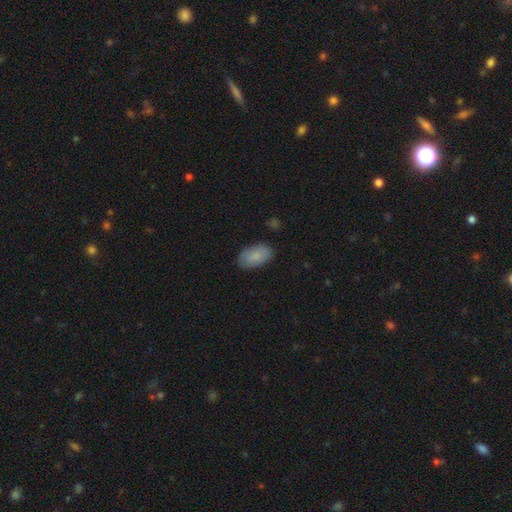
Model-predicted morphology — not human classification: The model was most divided on "merging": none: 84%, minor disturbance: 12%, major disturbance: 3%, merger: 1%. More confident: how rounded — in between (94%); smooth or featured — smooth (84%).